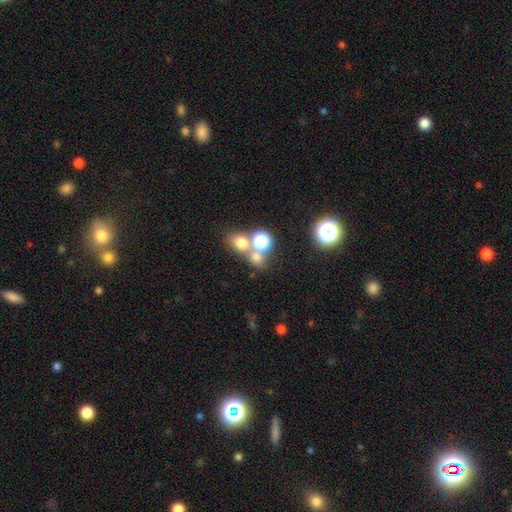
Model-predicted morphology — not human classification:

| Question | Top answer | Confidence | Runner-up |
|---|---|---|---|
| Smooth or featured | smooth | 63% | star or artifact (25%) |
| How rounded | round | 73% | in between (26%) |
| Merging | none | 48% | merger (40%) |